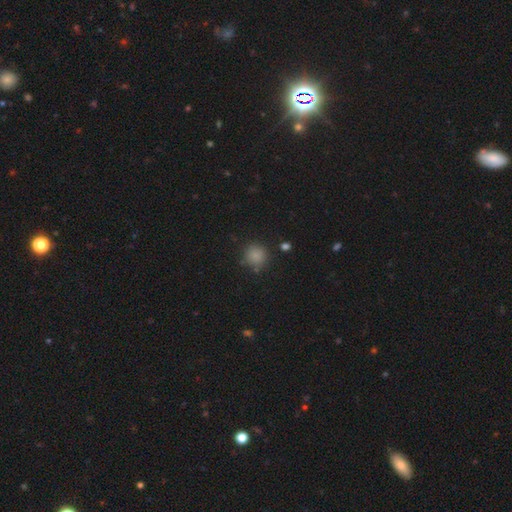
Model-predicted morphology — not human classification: Smooth or featured?
  - smooth: 82% *
  - star or artifact: 13%
  - featured or disk: 5%
How rounded?
  - round: 92% *
  - in between: 7%
  - cigar-shaped: 1%
Merging?
  - none: 80% *
  - minor disturbance: 11%
  - merger: 4%
  - major disturbance: 4%